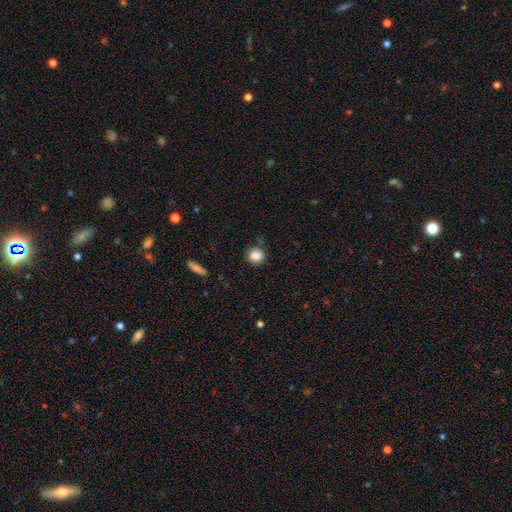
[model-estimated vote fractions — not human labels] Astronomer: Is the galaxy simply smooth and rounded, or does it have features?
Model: smooth — 85%.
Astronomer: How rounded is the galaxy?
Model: round — 80%.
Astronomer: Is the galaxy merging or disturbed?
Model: none — 80%.